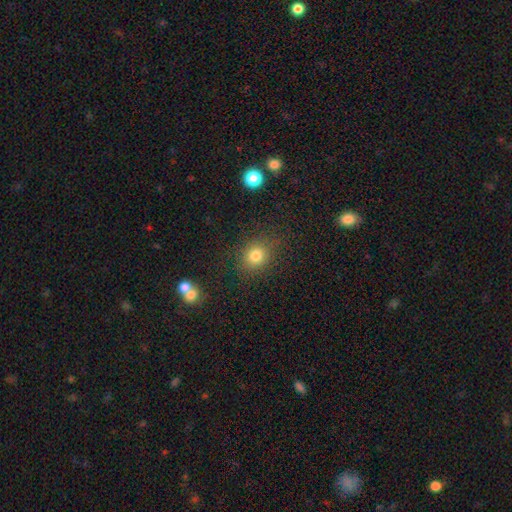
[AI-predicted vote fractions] Smooth or featured: smooth — 79% (star or artifact — 14%)
How rounded: round — 72% (in between — 27%)
Merging: none — 82% (minor disturbance — 10%)